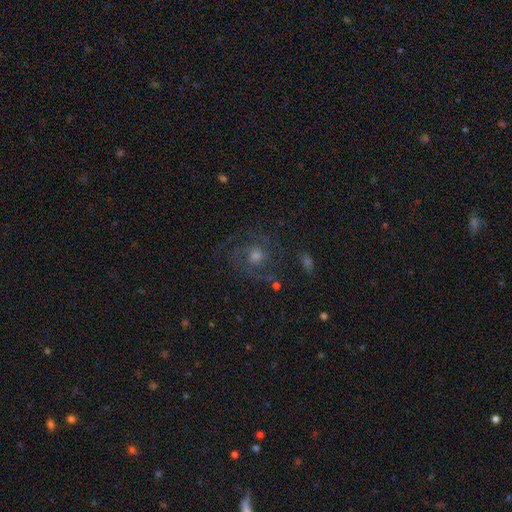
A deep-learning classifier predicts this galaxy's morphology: A featured or disk galaxy (68%) with no bar (74%), 2 (45%) medium (45%) spiral arms (90%) and a moderate central bulge (57%).

Vote fractions:
- Smooth or featured? featured or disk: 68% / star or artifact: 17% / smooth: 16%
- Edge-on disk? no: 97% / yes: 3%
- Bar? no: 74% / weak: 22% / strong: 4%
- Spiral arms? yes: 90% / no: 10%
- Spiral winding? medium: 45% / tight: 43% / loose: 12%
- Spiral arm count? 2: 45% / can't tell: 25% / 3: 15% / 1: 6% / 4: 5% / more than 4: 4%
- Bulge size? moderate: 57% / small: 27% / large: 11% / none: 3% / dominant: 2%
- Merging? none: 72% / minor disturbance: 14% / major disturbance: 11% / merger: 2%